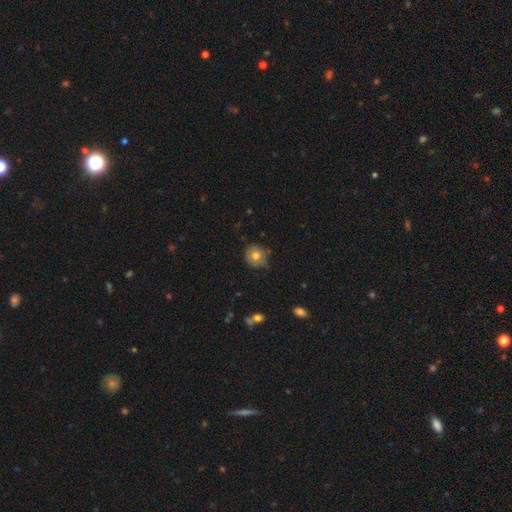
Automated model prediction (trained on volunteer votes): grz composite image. It shows a smooth galaxy with no disk features (75%) that is round (90%). Merging: none (75%).